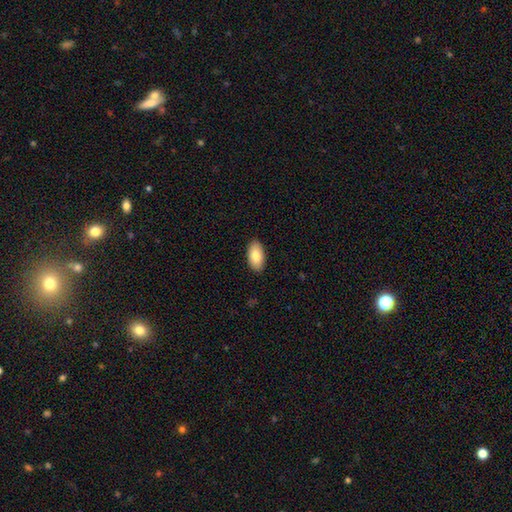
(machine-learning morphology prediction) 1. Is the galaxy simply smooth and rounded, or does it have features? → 84% smooth, 10% featured or disk, 6% star or artifact.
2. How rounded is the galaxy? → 95% in between, 3% cigar-shaped, 3% round.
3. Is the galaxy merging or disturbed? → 89% none, 8% minor disturbance, 2% major disturbance, 1% merger.